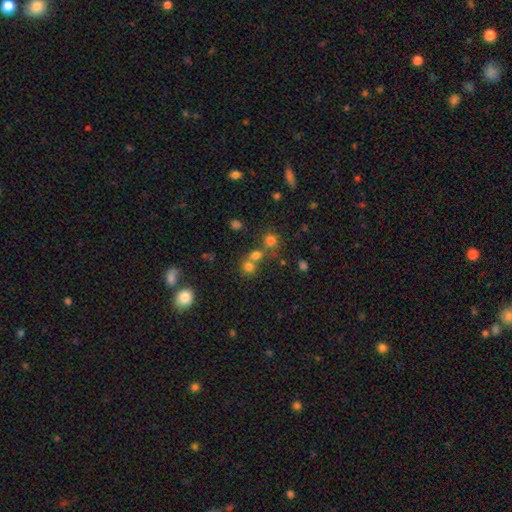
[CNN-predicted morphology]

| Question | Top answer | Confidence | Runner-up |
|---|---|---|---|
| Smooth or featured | smooth | 69% | star or artifact (21%) |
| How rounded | round | 82% | in between (17%) |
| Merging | none | 50% | merger (39%) |